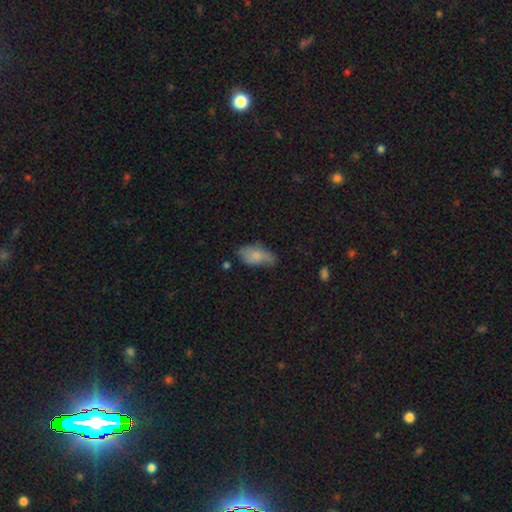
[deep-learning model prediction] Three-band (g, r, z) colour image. It shows a smooth galaxy with no disk features (76%) that is in between round and cigar-shaped (92%). Merging: none (45%).